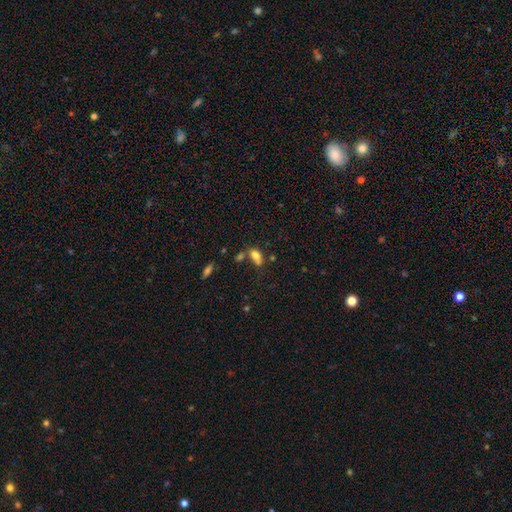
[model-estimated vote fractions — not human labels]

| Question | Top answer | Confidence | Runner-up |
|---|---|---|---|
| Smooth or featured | smooth | 77% | featured or disk (12%) |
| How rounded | in between | 86% | round (7%) |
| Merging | none | 41% | merger (31%) |